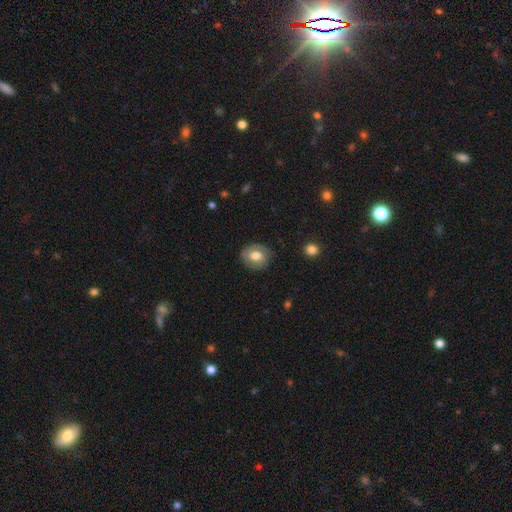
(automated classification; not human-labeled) Q: Smooth or featured?
A: smooth (57%); runner-up: featured or disk (35%)
Q: How rounded?
A: round (64%); runner-up: in between (35%)
Q: Merging?
A: none (77%); runner-up: minor disturbance (17%)